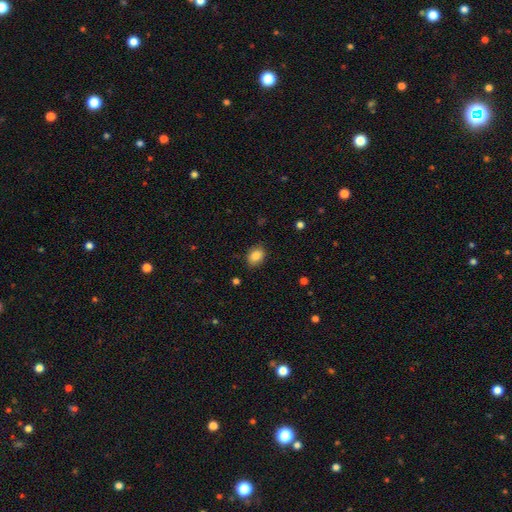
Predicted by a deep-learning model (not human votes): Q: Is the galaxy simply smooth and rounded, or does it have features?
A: smooth — 87%.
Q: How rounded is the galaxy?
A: in between — 73%.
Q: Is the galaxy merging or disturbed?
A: none — 83%.